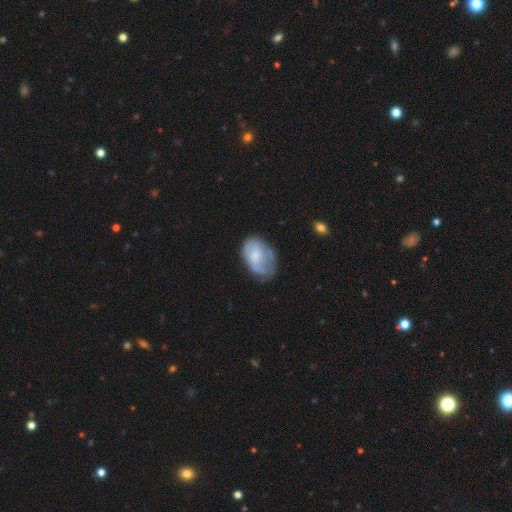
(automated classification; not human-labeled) Smooth or featured? Predicted: smooth (p=0.56). How rounded? Predicted: in between (p=0.86). Merging? Predicted: none (p=0.45).